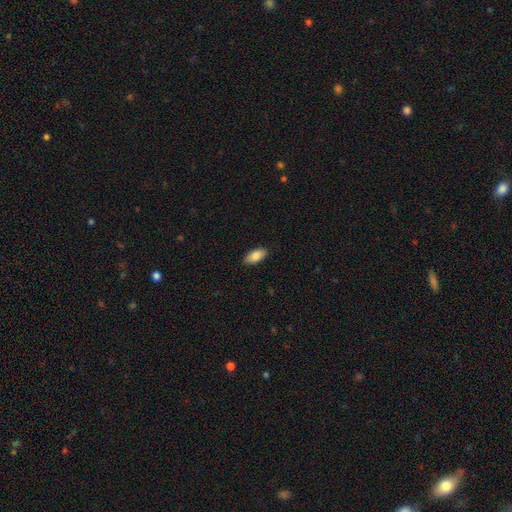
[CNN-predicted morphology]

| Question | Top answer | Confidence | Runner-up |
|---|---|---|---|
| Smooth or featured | smooth | 85% | featured or disk (9%) |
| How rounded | in between | 91% | cigar-shaped (7%) |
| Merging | none | 89% | minor disturbance (9%) |